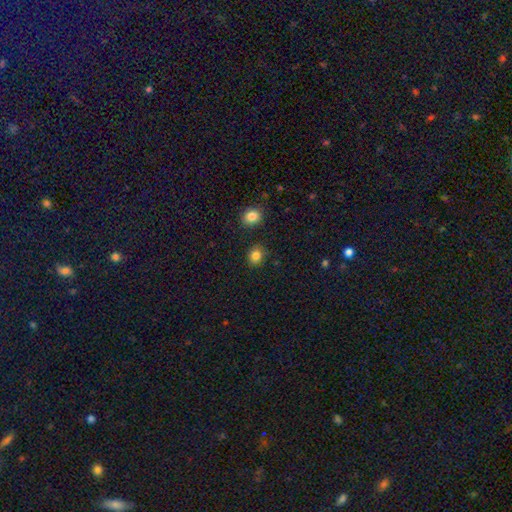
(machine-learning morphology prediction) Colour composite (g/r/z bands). It shows a smooth galaxy with no disk features (84%) that is round (71%). Merging: none (84%).